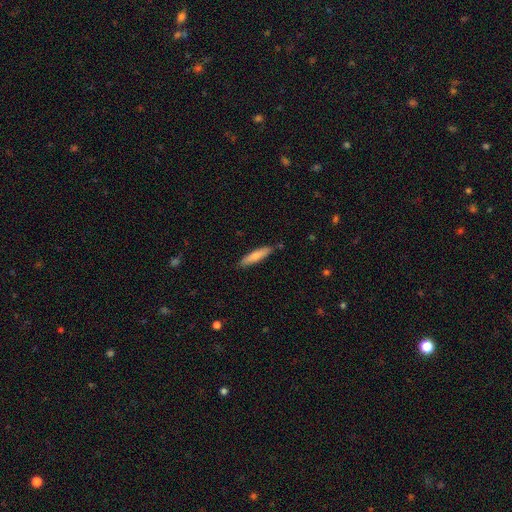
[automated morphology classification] A smooth galaxy with no disk features (75%) that is cigar-shaped (82%). Merging: none (83%).